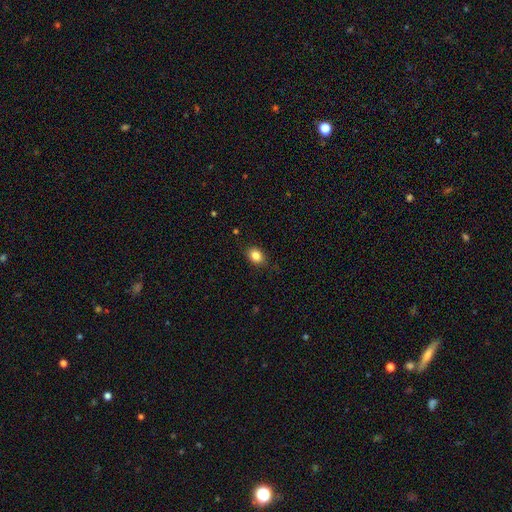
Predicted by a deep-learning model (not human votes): smooth_or_featured: smooth (p=0.85) [alt: star or artifact p=0.09]
how_rounded: in between (p=0.71) [alt: round p=0.28]
merging: none (p=0.84) [alt: minor disturbance p=0.12]